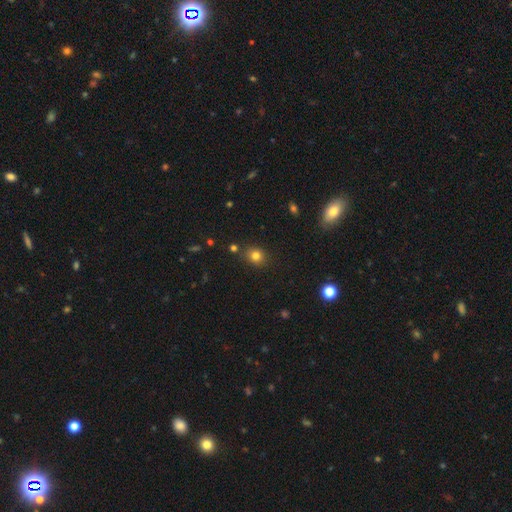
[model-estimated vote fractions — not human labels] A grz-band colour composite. It shows a smooth galaxy with no disk features (78%) that is round (73%). Merging: none (82%).